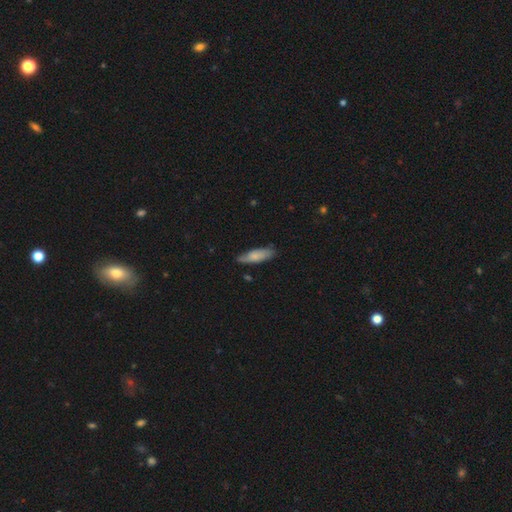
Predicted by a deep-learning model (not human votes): smooth-or-featured: smooth: 71% | featured or disk: 24% | star or artifact: 6%
  how-rounded: in between: 49% (tied) | cigar-shaped: 49% (tied) | round: 2%
  merging: none: 74% | minor disturbance: 21% | major disturbance: 3% | merger: 2%